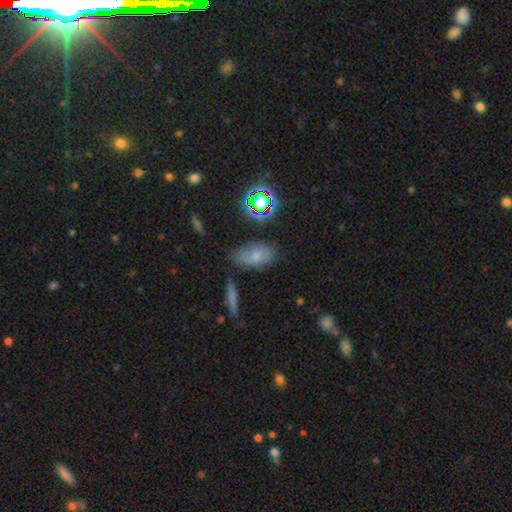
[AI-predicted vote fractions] Smooth or featured? Predicted: smooth (p=0.65). How rounded? Predicted: in between (p=0.89). Merging? Predicted: none (p=0.70).